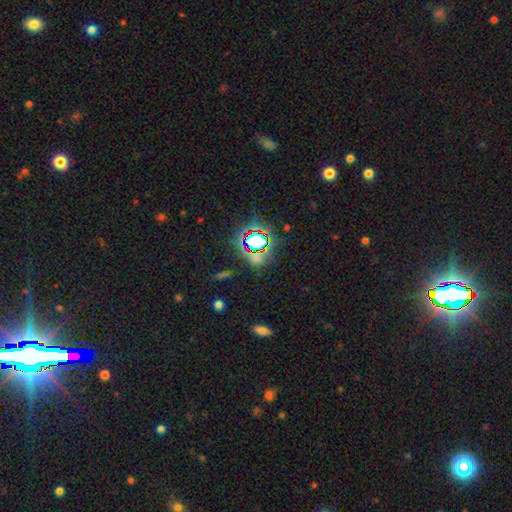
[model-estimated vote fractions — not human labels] This is likely a star or artifact rather than a galaxy (63%).